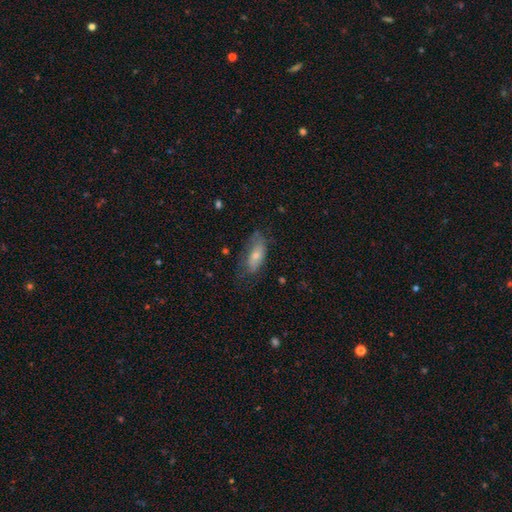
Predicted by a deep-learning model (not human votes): Smooth or featured? Predicted: smooth (p=0.64). How rounded? Predicted: in between (p=0.83). Merging? Predicted: none (p=0.51).